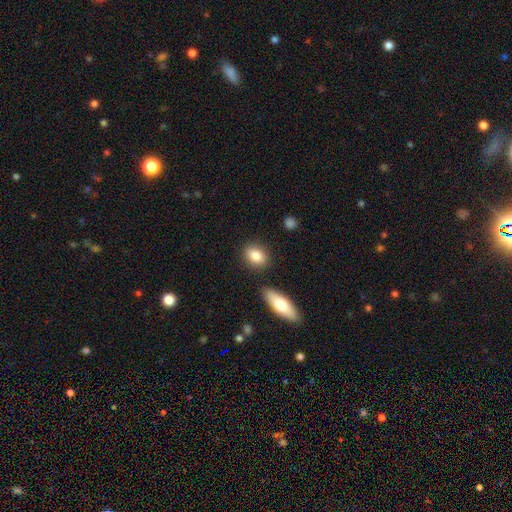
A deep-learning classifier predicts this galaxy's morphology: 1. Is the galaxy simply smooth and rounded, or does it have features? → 83% smooth, 9% featured or disk, 7% star or artifact.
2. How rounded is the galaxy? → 66% in between, 31% round, 3% cigar-shaped.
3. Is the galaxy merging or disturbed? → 83% none, 9% minor disturbance, 5% merger, 3% major disturbance.